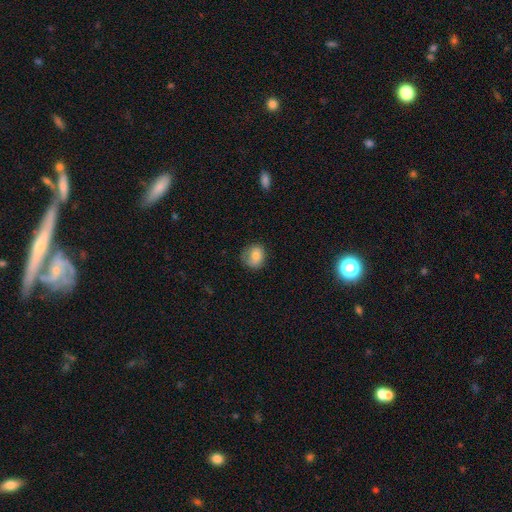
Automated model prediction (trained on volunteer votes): The model was most divided on "how rounded": round: 64%, in between: 35%, cigar-shaped: 1%. More confident: smooth or featured — smooth (76%); merging — none (66%).